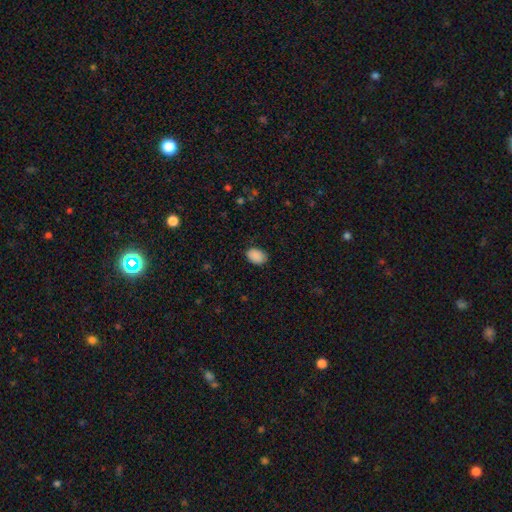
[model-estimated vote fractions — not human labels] Overall: smooth (90%). How rounded: in between (79%). Merging: none (84%).